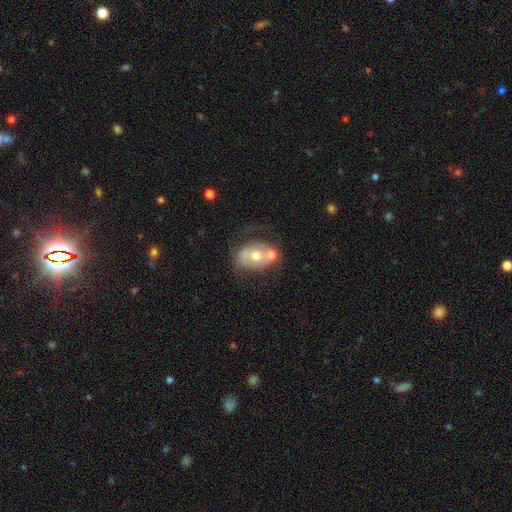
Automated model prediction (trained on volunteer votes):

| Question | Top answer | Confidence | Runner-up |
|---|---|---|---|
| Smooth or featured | featured or disk | 54% | smooth (39%) |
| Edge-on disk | no | 95% | yes (5%) |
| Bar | no | 74% | weak (19%) |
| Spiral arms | no | 64% | yes (36%) |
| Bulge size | moderate | 72% | small (20%) |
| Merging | merger | 37% | none (34%) |